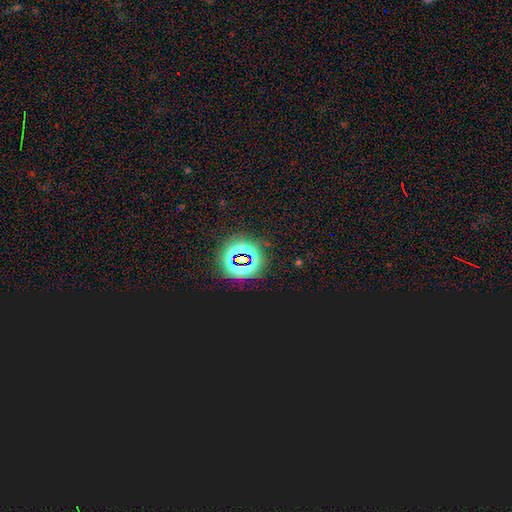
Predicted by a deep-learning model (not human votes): Smooth or featured?
  - star or artifact: 81% *
  - smooth: 12%
  - featured or disk: 6%